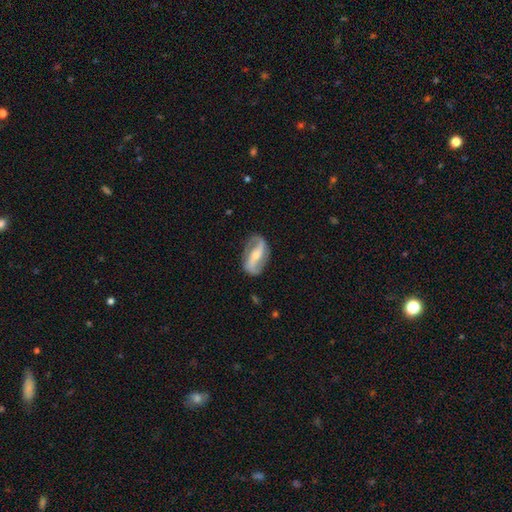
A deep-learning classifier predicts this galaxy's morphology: Smooth or featured?
  - featured or disk: 83% *
  - smooth: 12%
  - star or artifact: 5%
Edge-on disk?
  - no: 95% *
  - yes: 5%
Bar?
  - strong: 55% *
  - weak: 27%
  - no: 18%
Spiral arms?
  - yes: 92% *
  - no: 8%
Spiral winding?
  - loose: 44% *
  - medium: 39%
  - tight: 18%
Spiral arm count?
  - 2: 91% *
  - can't tell: 3%
  - 1: 3%
  - 3: 1%
  - 4: 1%
  - more than 4: 1%
Bulge size?
  - moderate: 45% * (tied)
  - small: 45% * (tied)
  - large: 5%
  - none: 4%
  - dominant: 1%
Merging?
  - none: 80% *
  - minor disturbance: 13%
  - major disturbance: 5%
  - merger: 1%